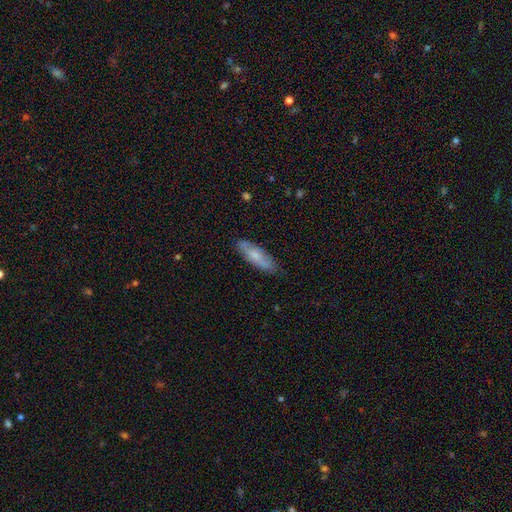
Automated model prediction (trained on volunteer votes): smooth-or-featured: smooth: 62% | featured or disk: 32% | star or artifact: 6%
  how-rounded: cigar-shaped: 49% (tied) | in between: 49% (tied) | round: 2%
  merging: none: 80% | minor disturbance: 16% | major disturbance: 3% | merger: 1%